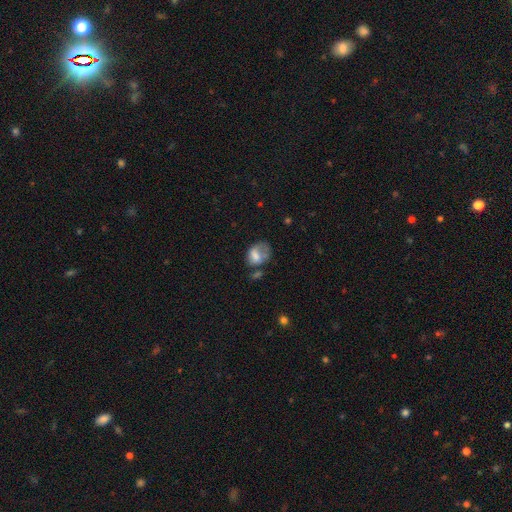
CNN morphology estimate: A smooth galaxy with no disk features (65%) that is in between round and cigar-shaped (67%).

Vote fractions:
- Smooth or featured? smooth: 65% / featured or disk: 25% / star or artifact: 10%
- How rounded? in between: 67% / round: 32% / cigar-shaped: 1%
- Merging? major disturbance: 33% / minor disturbance: 28% / none: 28% / merger: 11%